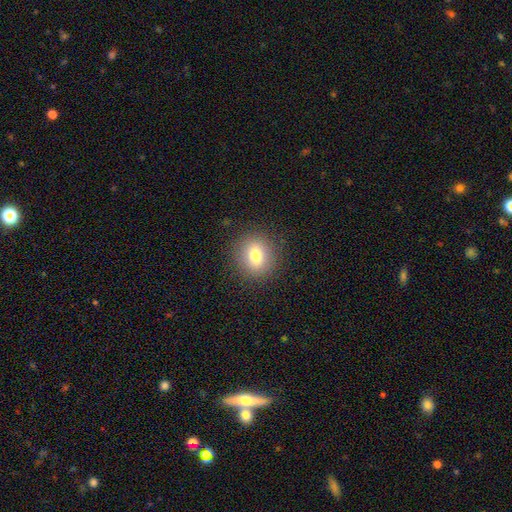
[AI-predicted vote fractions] Smooth or featured? smooth (77%)
How rounded? round (79%)
Merging? none (89%)